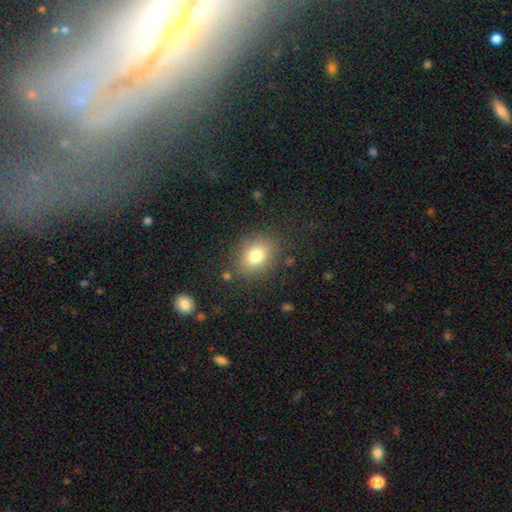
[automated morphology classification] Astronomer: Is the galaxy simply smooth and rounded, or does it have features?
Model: smooth — 78%.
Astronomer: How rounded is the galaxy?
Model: round — 52% (runner-up: in between, 47%).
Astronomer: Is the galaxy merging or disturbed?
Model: none — 83%.